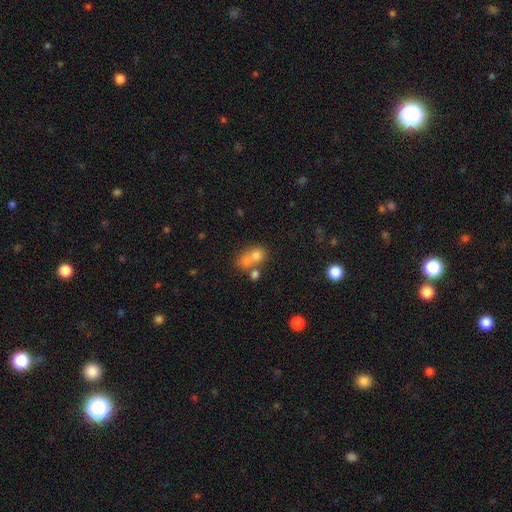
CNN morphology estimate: smooth_or_featured: smooth (p=0.70) [alt: featured or disk p=0.17]
how_rounded: round (p=0.66) [alt: in between p=0.33]
merging: merger (p=0.56) [alt: none p=0.32]